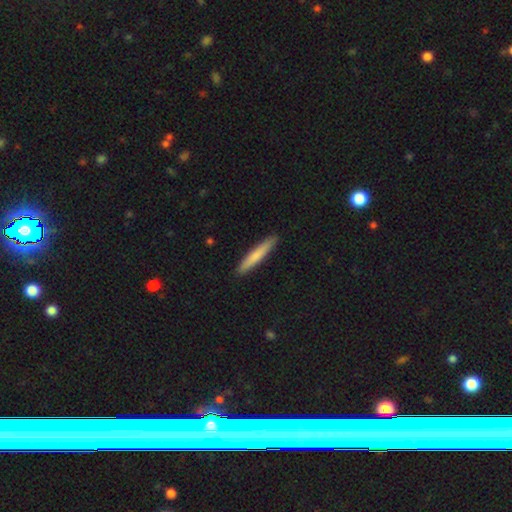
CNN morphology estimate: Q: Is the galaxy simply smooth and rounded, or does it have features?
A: smooth — 74%.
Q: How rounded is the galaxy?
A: cigar-shaped — 95%.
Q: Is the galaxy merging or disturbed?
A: none — 91%.